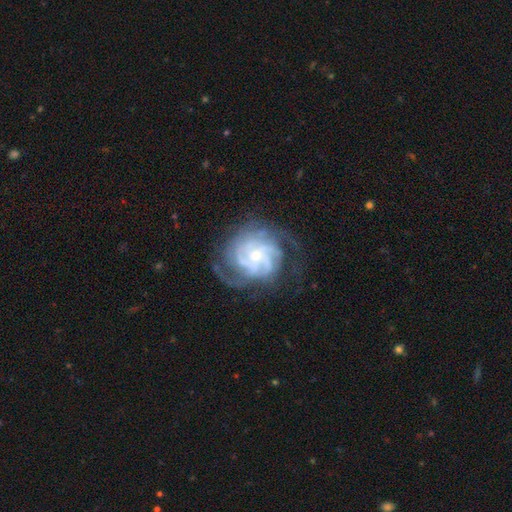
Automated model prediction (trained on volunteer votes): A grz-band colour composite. It shows a featured or disk galaxy (88%) with no bar (66%), 4 (27%) tight (67%) spiral arms (97%) and a small central bulge (64%). Merging: none (71%).